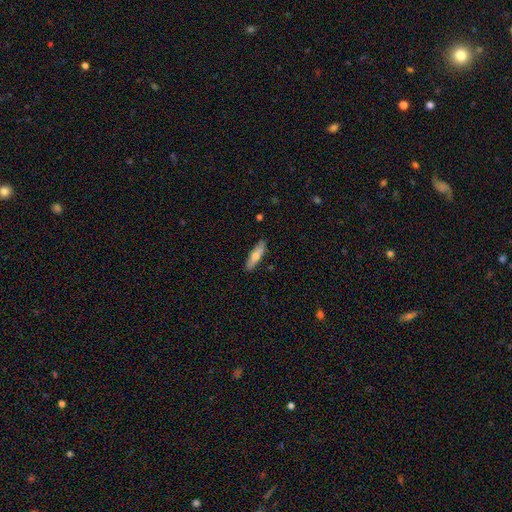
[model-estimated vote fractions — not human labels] A smooth galaxy with no disk features (62%) that is cigar-shaped (66%).

Vote fractions:
- Smooth or featured? smooth: 62% / featured or disk: 32% / star or artifact: 6%
- How rounded? cigar-shaped: 66% / in between: 32% / round: 2%
- Merging? none: 86% / minor disturbance: 11% / major disturbance: 2% / merger: 2%